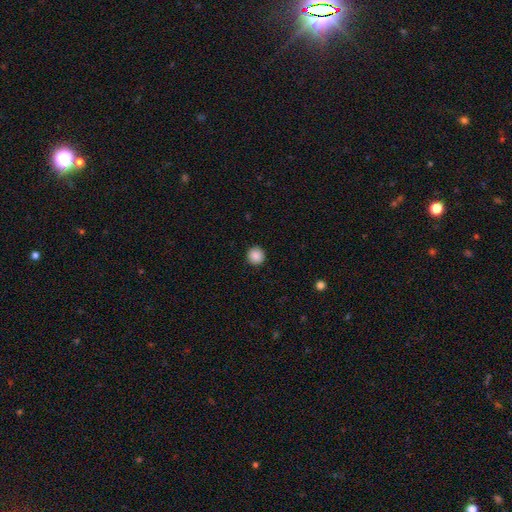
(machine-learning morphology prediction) Q: Smooth or featured?
A: smooth (88%); runner-up: star or artifact (9%)
Q: How rounded?
A: round (94%); runner-up: in between (5%)
Q: Merging?
A: none (92%); runner-up: minor disturbance (5%)